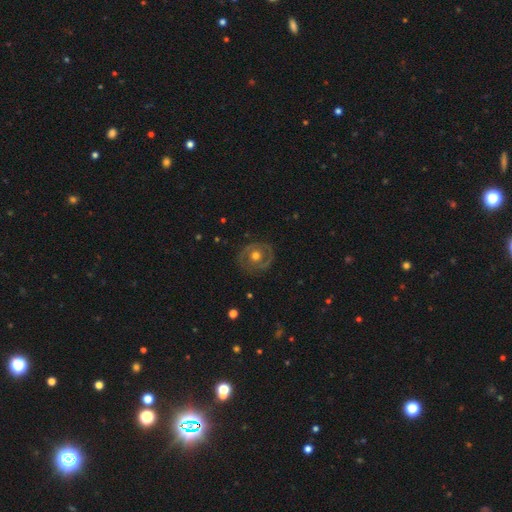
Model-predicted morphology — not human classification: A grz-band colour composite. It shows a featured or disk galaxy (65%) with no bar (79%), no spiral arms (53%) and a moderate central bulge (76%). Merging: none (81%).